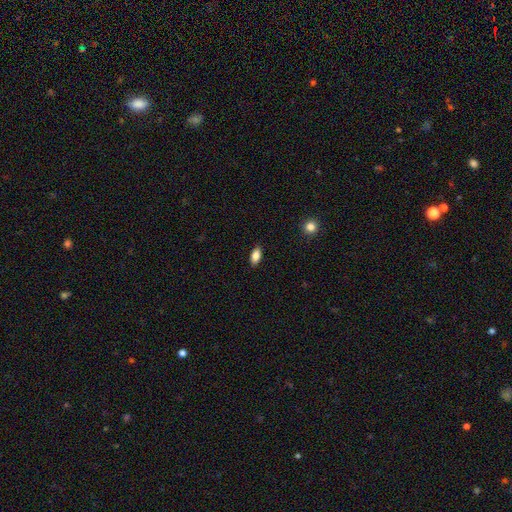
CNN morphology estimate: Smooth or featured: smooth — 85% (featured or disk — 8%)
How rounded: in between — 89% (cigar-shaped — 7%)
Merging: none — 88% (minor disturbance — 9%)